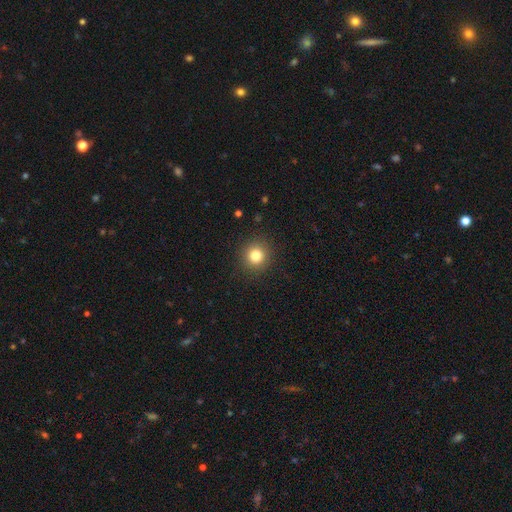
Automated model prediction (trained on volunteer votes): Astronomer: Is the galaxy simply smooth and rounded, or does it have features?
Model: smooth — 81%.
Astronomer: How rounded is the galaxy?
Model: round — 92%.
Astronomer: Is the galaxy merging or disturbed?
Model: none — 91%.